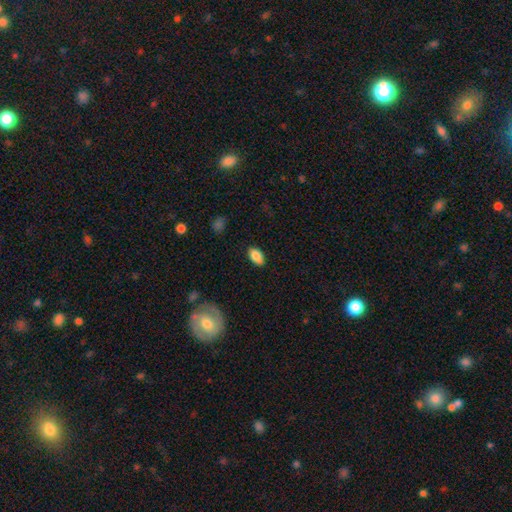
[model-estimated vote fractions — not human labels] Overall: smooth (84%). How rounded: in between (92%). Merging: none (83%).